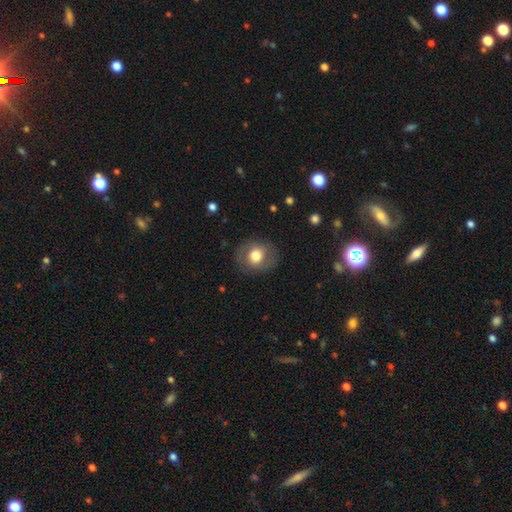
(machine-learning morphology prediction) This appears to be a smooth galaxy with no disk features (64%) that is round (73%). Merging: none (82%).